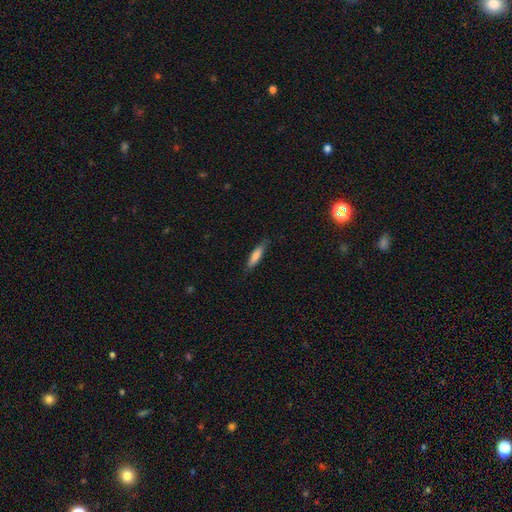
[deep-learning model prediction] Smooth or featured? smooth (78%)
How rounded? cigar-shaped (73%)
Merging? none (80%)